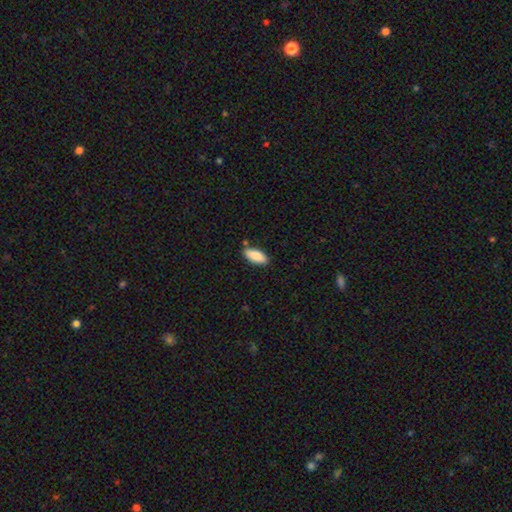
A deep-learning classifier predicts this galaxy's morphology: smooth 86%, featured or disk 7%, star or artifact 6%. Down the decision tree: how rounded — in between (83%); merging — none (82%).